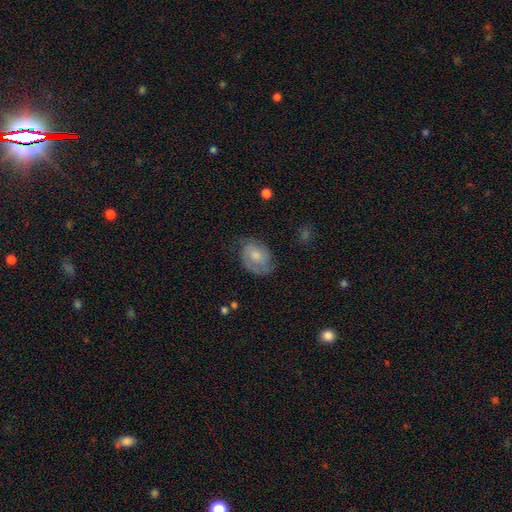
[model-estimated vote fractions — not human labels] smooth-or-featured: smooth: 49% | featured or disk: 44% | star or artifact: 7%
  merging: none: 59% | minor disturbance: 28% | major disturbance: 11% | merger: 1%